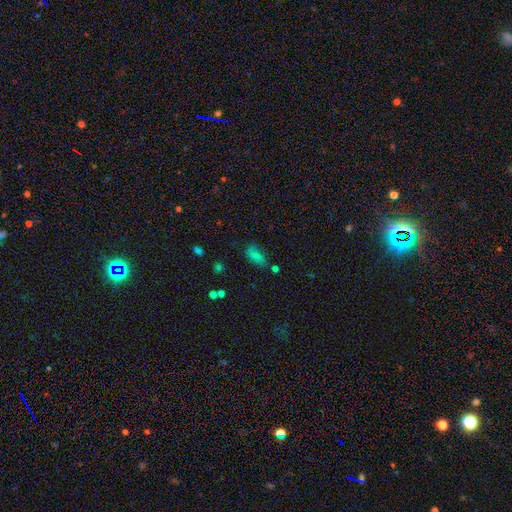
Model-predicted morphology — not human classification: smooth-or-featured: smooth: 77% | star or artifact: 14% | featured or disk: 9%
  how-rounded: in between: 83% | cigar-shaped: 13% | round: 4%
  merging: none: 59% | minor disturbance: 24% | major disturbance: 9% | merger: 8%